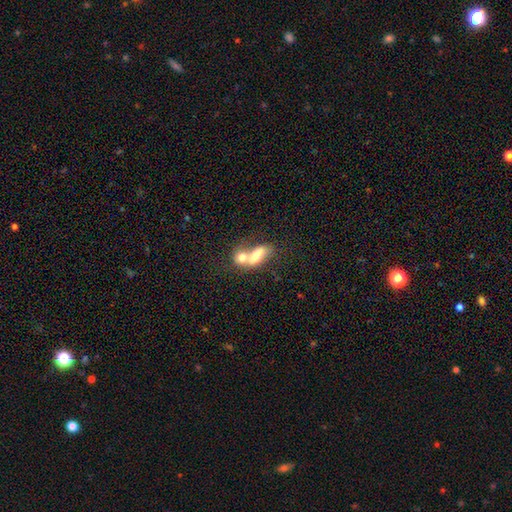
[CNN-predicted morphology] smooth-or-featured: smooth: 65% | featured or disk: 27% | star or artifact: 8%
  how-rounded: in between: 74% | round: 15% | cigar-shaped: 11%
  merging: merger: 73% | none: 16% | minor disturbance: 6% | major disturbance: 5%